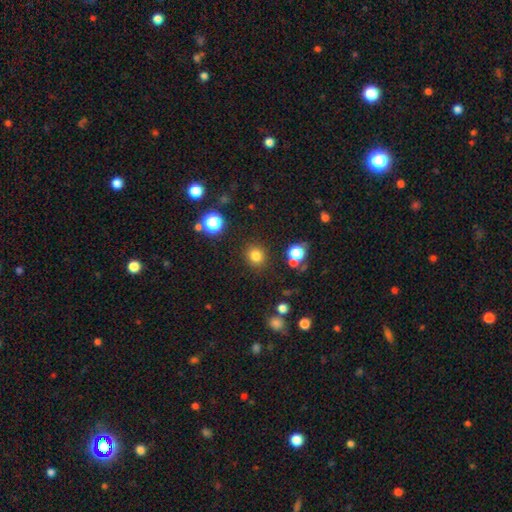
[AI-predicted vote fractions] Smooth or featured? Predicted: smooth (p=0.80). How rounded? Predicted: round (p=0.83). Merging? Predicted: none (p=0.85).